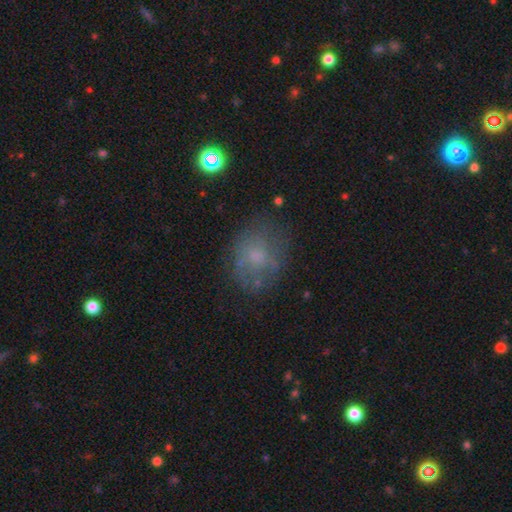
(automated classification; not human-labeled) Smooth or featured: smooth — 52% (featured or disk — 35%)
How rounded: round — 52% (in between — 47%)
Merging: none — 61% (minor disturbance — 22%)